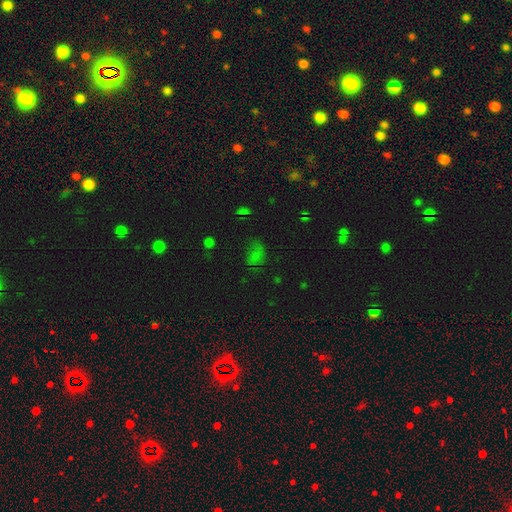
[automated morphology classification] smooth 57%, star or artifact 30%, featured or disk 13%. Down the decision tree: how rounded — in between (73%); merging — none (47%).